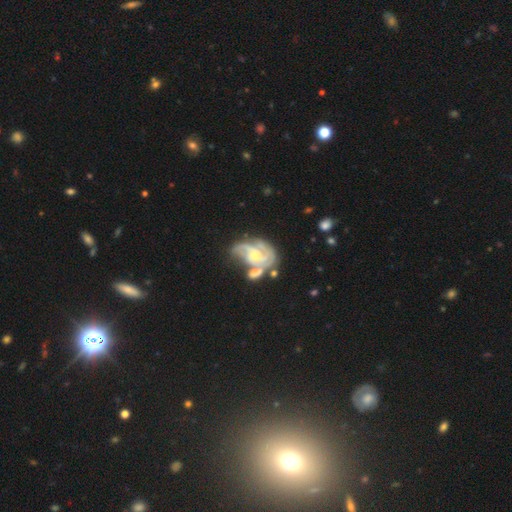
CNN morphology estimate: featured or disk 84%, smooth 10%, star or artifact 6%. Down the decision tree: edge-on disk — no (98%); bar — no (66%); spiral arms — yes (93%); spiral arm count — 3 (34%); spiral winding — tight (45%); bulge size — small (66%); merging — merger (33%).